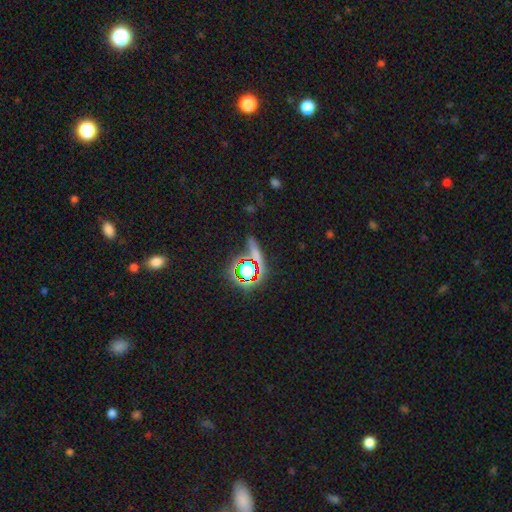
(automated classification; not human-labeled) This appears to be a star or artifact, not a galaxy (48%).